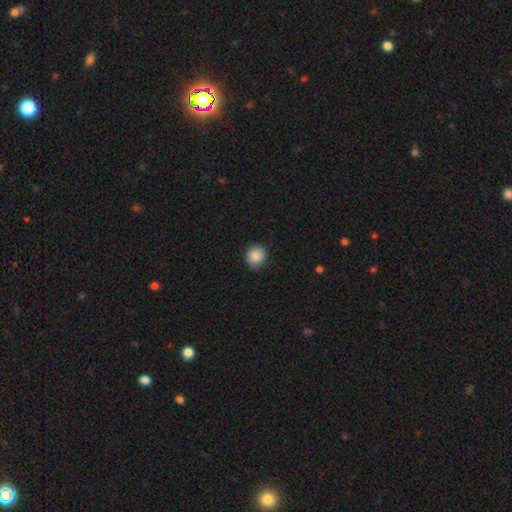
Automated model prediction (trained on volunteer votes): This appears to be a smooth galaxy with no disk features (88%) that is round (83%). Merging: none (85%).